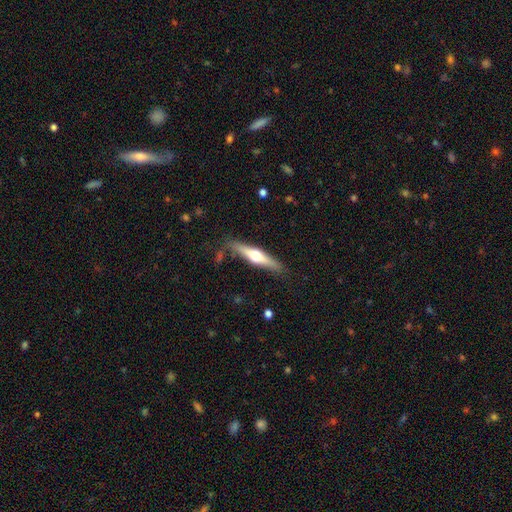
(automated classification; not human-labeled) A featured or disk galaxy (59%) viewed edge-on (95%) with a rounded central bulge (94%).

Vote fractions:
- Smooth or featured? featured or disk: 59% / smooth: 36% / star or artifact: 5%
- Edge-on disk? yes: 95% / no: 5%
- Edge-on bulge? rounded: 94% / none: 3% / boxy: 3%
- Merging? none: 83% / minor disturbance: 11% / major disturbance: 3% / merger: 3%